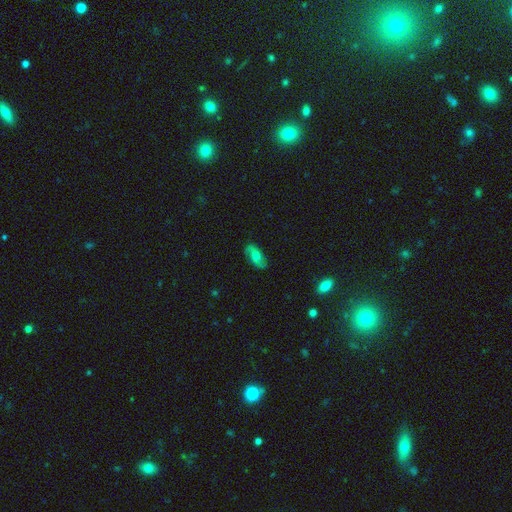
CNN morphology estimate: Smooth or featured: featured or disk — 56% (smooth — 35%)
Edge-on disk: no — 91% (yes — 9%)
Bar: no — 55% (weak — 37%)
Spiral arms: yes — 90% (no — 10%)
Bulge size: moderate — 34% (large — 24%)
Merging: none — 80% (minor disturbance — 15%)